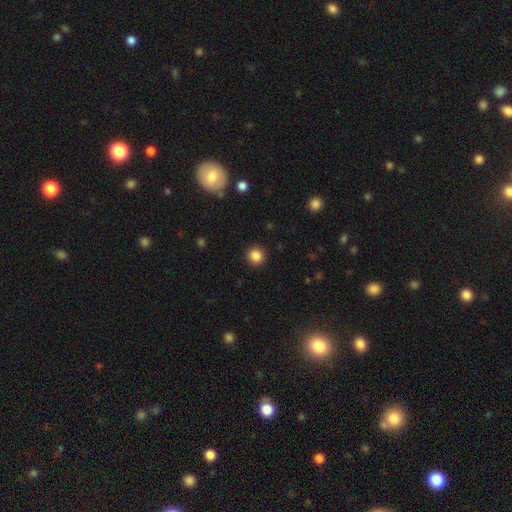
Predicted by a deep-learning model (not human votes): smooth 85%, star or artifact 11%, featured or disk 4%. Down the decision tree: how rounded — round (93%); merging — none (92%).